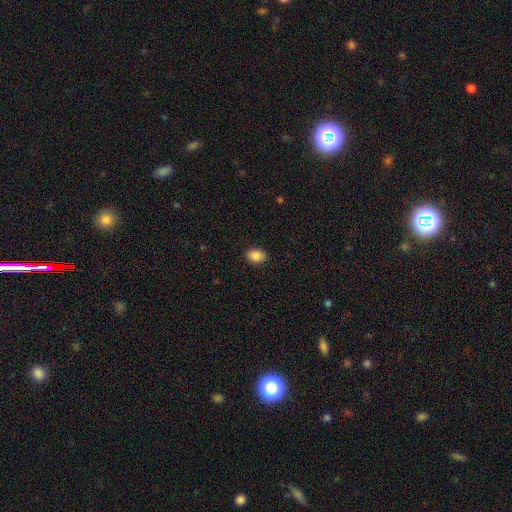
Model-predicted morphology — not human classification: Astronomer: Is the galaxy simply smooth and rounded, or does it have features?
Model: smooth — 87%.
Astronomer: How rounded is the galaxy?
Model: in between — 77%.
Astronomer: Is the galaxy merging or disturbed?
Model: none — 88%.